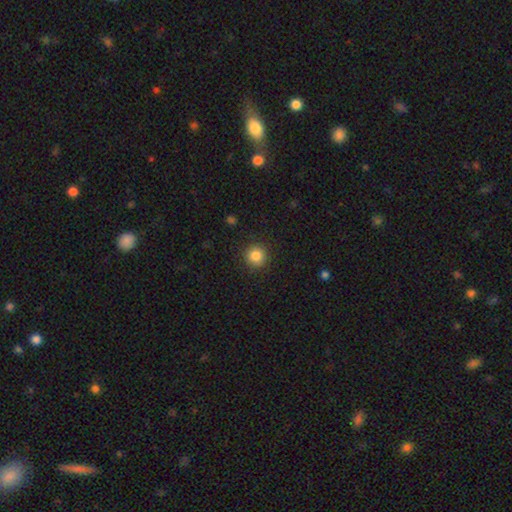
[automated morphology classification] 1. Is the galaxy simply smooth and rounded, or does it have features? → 85% smooth, 10% star or artifact, 4% featured or disk.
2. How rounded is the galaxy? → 94% round, 5% in between, 1% cigar-shaped.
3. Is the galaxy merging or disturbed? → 91% none, 6% minor disturbance, 2% major disturbance, 1% merger.